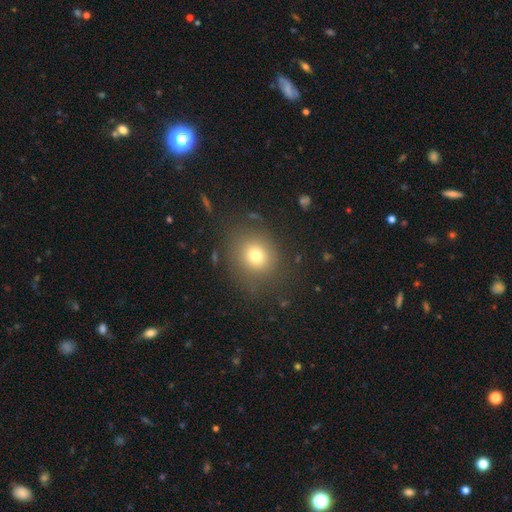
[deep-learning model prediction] This is likely a smooth galaxy (73%). How rounded: likely round (78%). Merging: clearly none (81%).